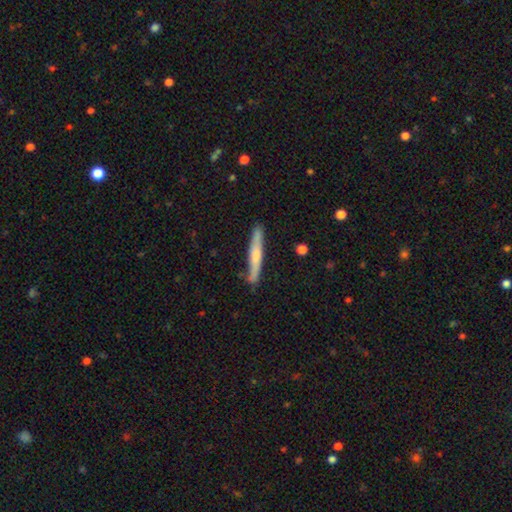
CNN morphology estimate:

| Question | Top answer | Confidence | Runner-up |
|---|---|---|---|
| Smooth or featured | smooth | 53% | featured or disk (42%) |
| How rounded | cigar-shaped | 95% | in between (4%) |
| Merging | none | 84% | minor disturbance (11%) |